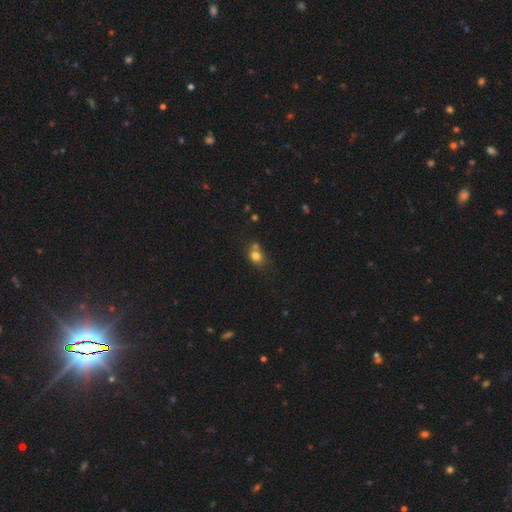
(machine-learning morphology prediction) Overall: smooth (77%). How rounded: round (63%; in between 36%). Merging: none (50%; merger 31%).